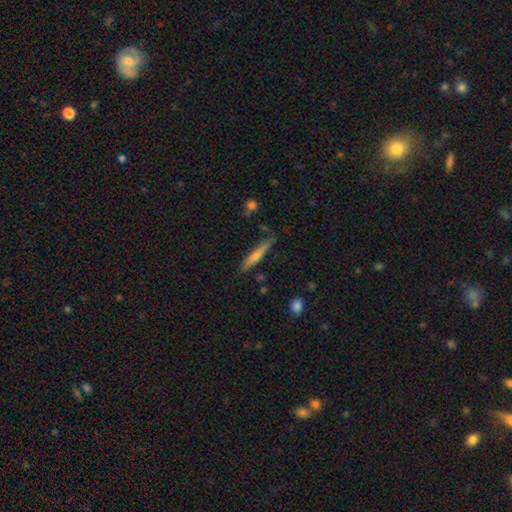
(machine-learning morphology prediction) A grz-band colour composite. It shows a smooth galaxy with no disk features (49%). Merging: none (82%).